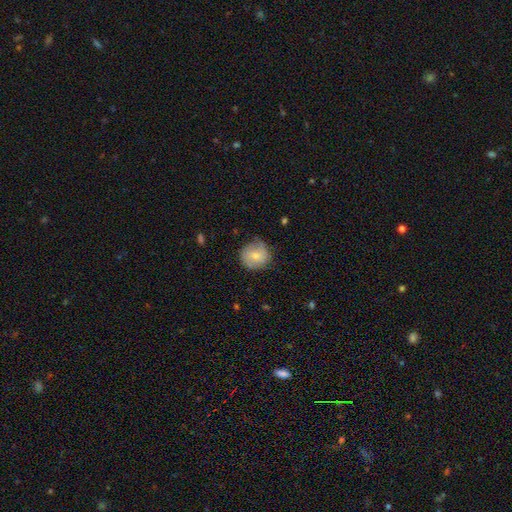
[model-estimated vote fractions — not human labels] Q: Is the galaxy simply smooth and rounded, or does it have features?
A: smooth — 67%.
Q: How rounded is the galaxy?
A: round — 90%.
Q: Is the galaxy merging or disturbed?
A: none — 75%.